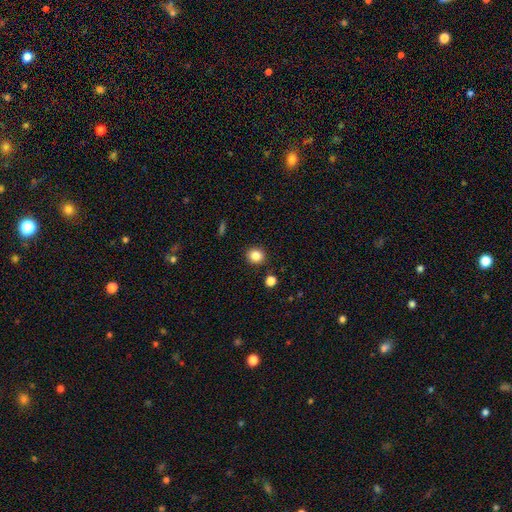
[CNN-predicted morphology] Smooth or featured?
  - smooth: 85% *
  - star or artifact: 10%
  - featured or disk: 4%
How rounded?
  - round: 85% *
  - in between: 14%
  - cigar-shaped: 1%
Merging?
  - none: 89% *
  - minor disturbance: 6%
  - merger: 2%
  - major disturbance: 2%